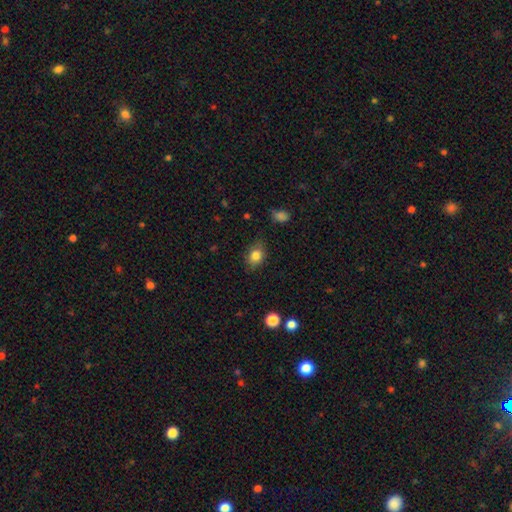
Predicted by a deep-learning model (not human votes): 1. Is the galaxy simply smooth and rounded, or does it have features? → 83% smooth, 10% star or artifact, 8% featured or disk.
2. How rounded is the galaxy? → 63% in between, 36% round, 1% cigar-shaped.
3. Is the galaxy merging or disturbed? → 77% none, 18% minor disturbance, 4% major disturbance, 1% merger.